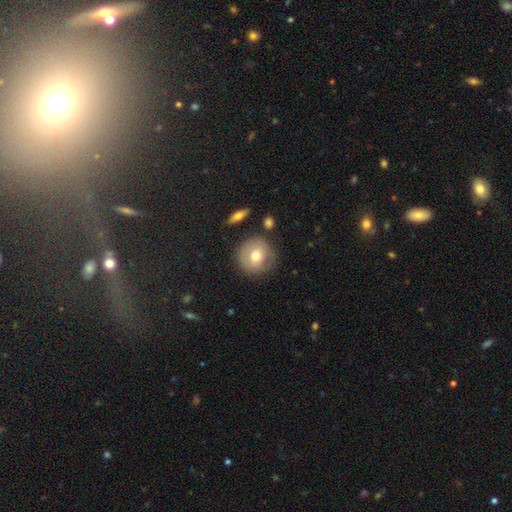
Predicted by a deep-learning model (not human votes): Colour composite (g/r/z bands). It shows a smooth galaxy with no disk features (65%) that is round (90%). Merging: none (77%).